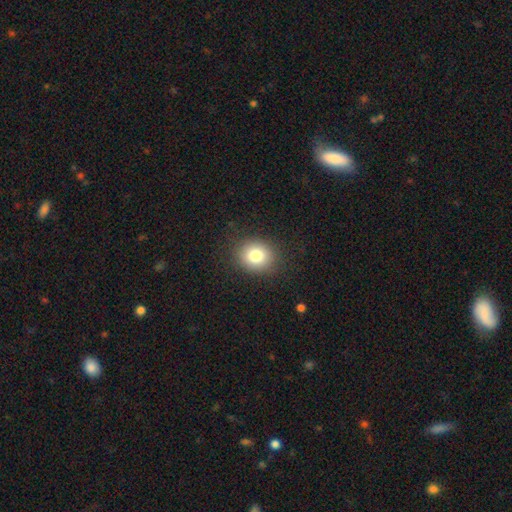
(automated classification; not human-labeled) This appears to be a smooth galaxy with no disk features (80%) that is round (70%). Merging: none (87%).